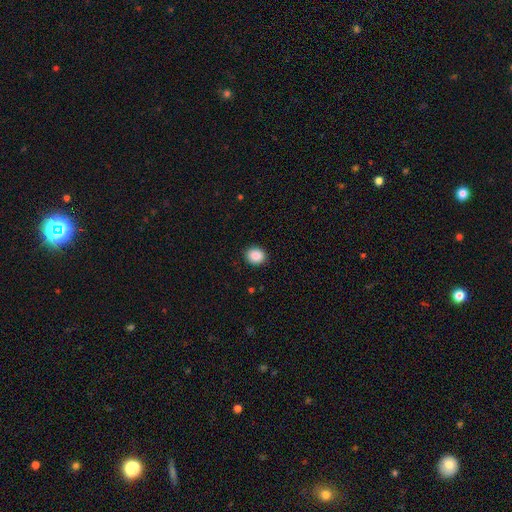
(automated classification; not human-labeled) Overall: smooth (89%). How rounded: round (72%). Merging: none (91%).